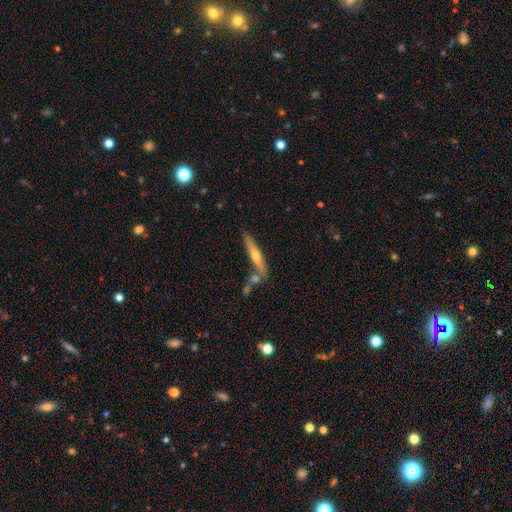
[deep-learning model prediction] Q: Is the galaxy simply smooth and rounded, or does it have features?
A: featured or disk — 60%.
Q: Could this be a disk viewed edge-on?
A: yes — 93%.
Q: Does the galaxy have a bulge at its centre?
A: rounded — 86%.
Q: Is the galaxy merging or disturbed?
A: none — 70%.